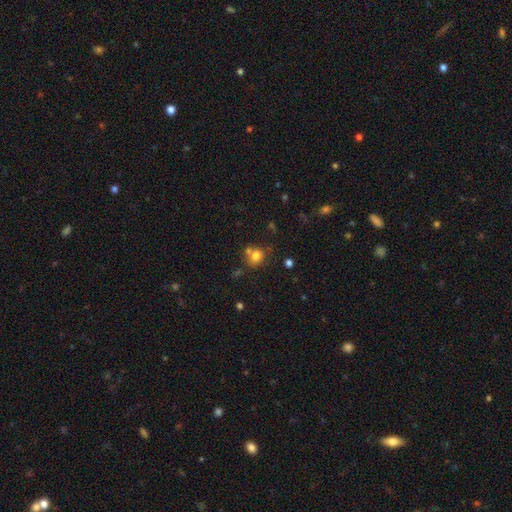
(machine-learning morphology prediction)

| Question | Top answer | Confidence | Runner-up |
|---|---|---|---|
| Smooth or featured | smooth | 75% | star or artifact (14%) |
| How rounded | round | 72% | in between (27%) |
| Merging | none | 54% | merger (29%) |